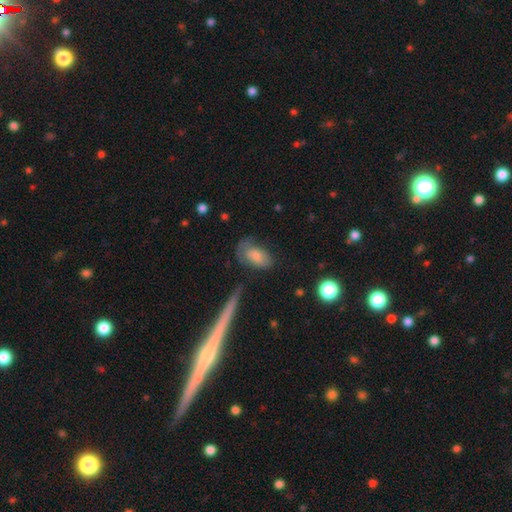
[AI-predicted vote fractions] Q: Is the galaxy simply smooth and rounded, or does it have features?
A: smooth — 70%.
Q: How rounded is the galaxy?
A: in between — 89%.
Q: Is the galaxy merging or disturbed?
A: none — 47%.